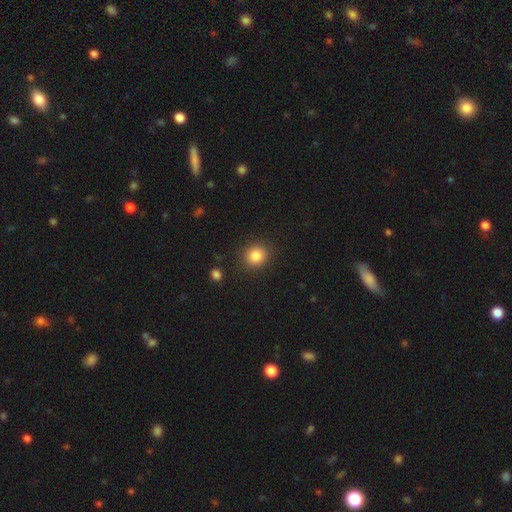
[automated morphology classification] A smooth galaxy with no disk features (84%) that is round (85%). Merging: none (89%).